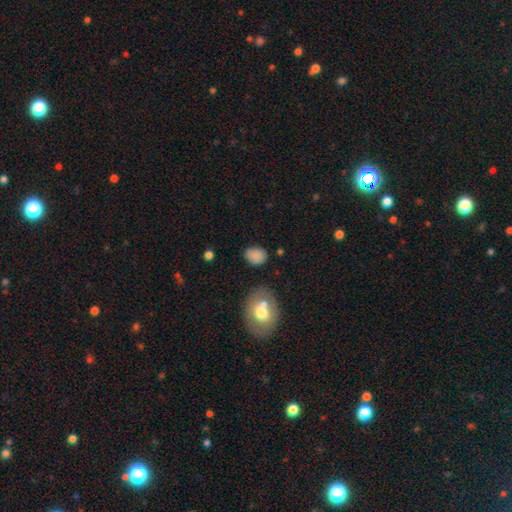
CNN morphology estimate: smooth_or_featured: smooth (p=0.84) [alt: star or artifact p=0.09]
how_rounded: in between (p=0.58) [alt: round p=0.41]
merging: none (p=0.74) [alt: minor disturbance p=0.17]